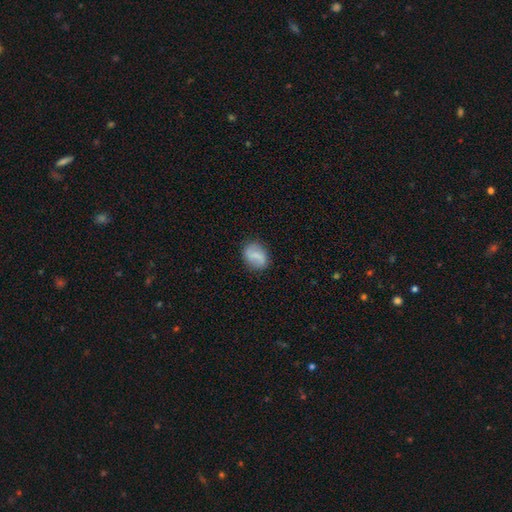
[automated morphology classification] type=smooth (64%); roundness=in between (59%); merging=none (79%).